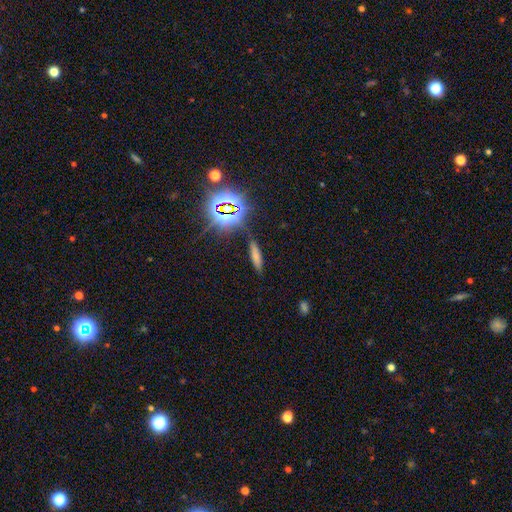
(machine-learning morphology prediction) This appears to be a smooth galaxy with no disk features (64%) that is cigar-shaped (74%). Merging: none (81%).